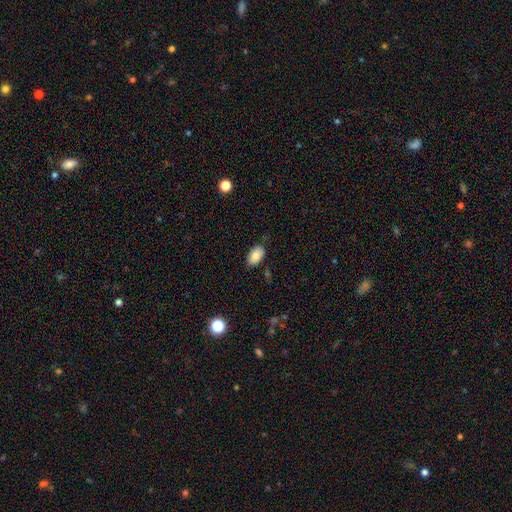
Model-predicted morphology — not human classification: Smooth or featured? smooth (84%)
How rounded? in between (93%)
Merging? none (79%)